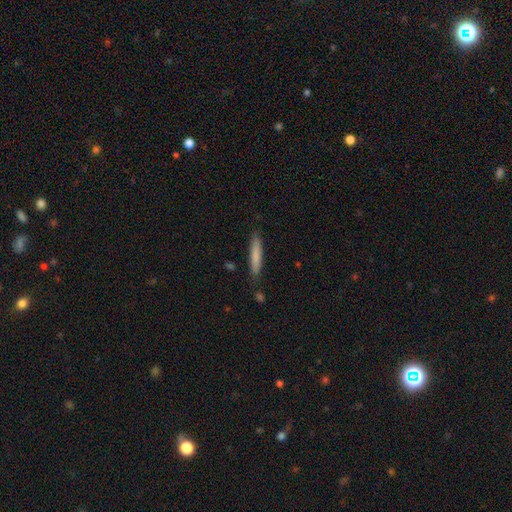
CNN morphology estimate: Overall: smooth (79%). How rounded: cigar-shaped (91%). Merging: none (85%).